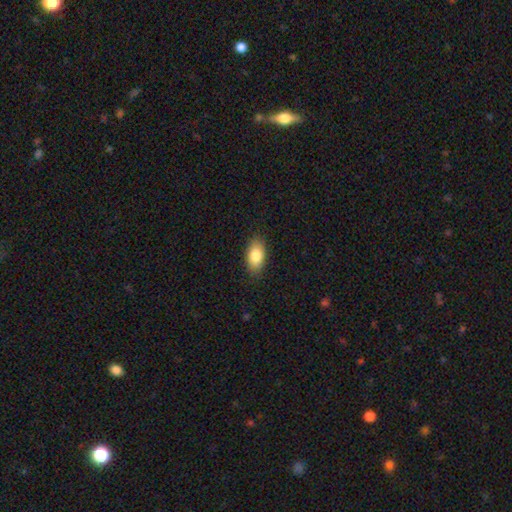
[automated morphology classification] smooth_or_featured: smooth (p=0.83) [alt: featured or disk p=0.10]
how_rounded: in between (p=0.90) [alt: round p=0.05]
merging: none (p=0.86) [alt: minor disturbance p=0.11]